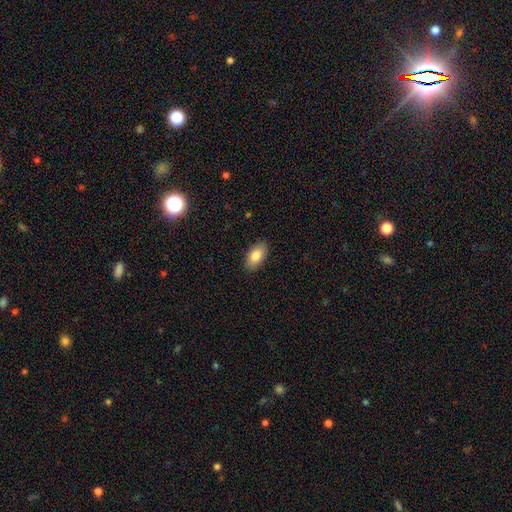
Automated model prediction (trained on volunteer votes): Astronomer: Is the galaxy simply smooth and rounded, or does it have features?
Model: smooth — 84%.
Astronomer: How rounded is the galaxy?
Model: in between — 94%.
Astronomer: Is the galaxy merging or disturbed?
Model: none — 88%.